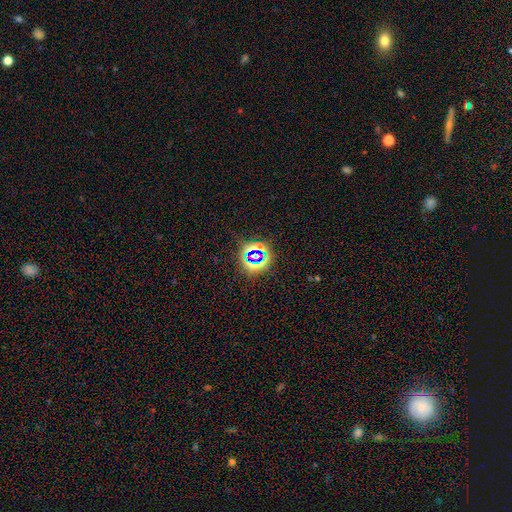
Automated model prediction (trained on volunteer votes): Smooth or featured?
  - star or artifact: 73% *
  - smooth: 17%
  - featured or disk: 9%